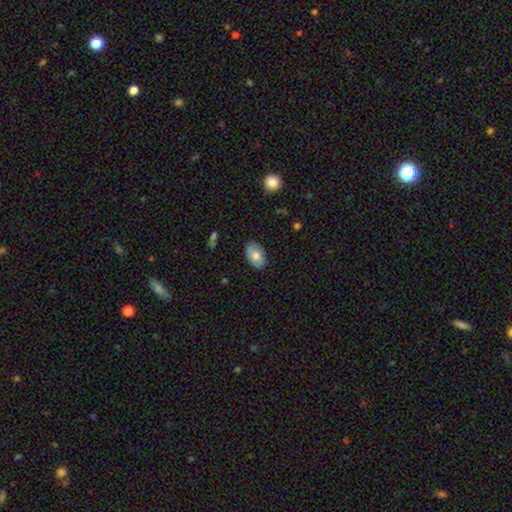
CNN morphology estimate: Smooth or featured?
  - smooth: 75% *
  - featured or disk: 19%
  - star or artifact: 6%
How rounded?
  - in between: 92% *
  - round: 7%
  - cigar-shaped: 1%
Merging?
  - none: 84% *
  - minor disturbance: 12%
  - major disturbance: 2%
  - merger: 1%